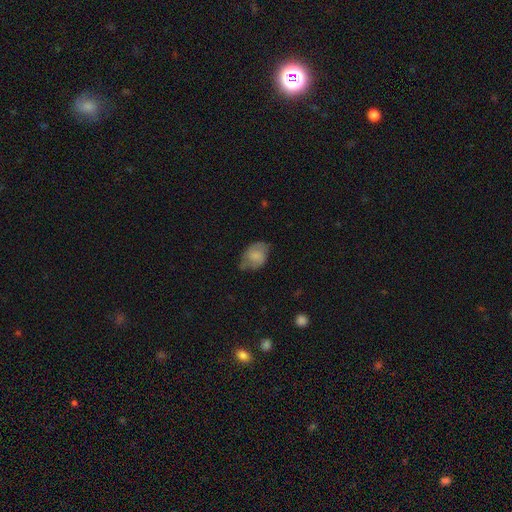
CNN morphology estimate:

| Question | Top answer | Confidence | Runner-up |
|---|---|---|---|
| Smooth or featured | smooth | 61% | featured or disk (31%) |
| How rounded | in between | 75% | round (23%) |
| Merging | none | 51% | minor disturbance (34%) |